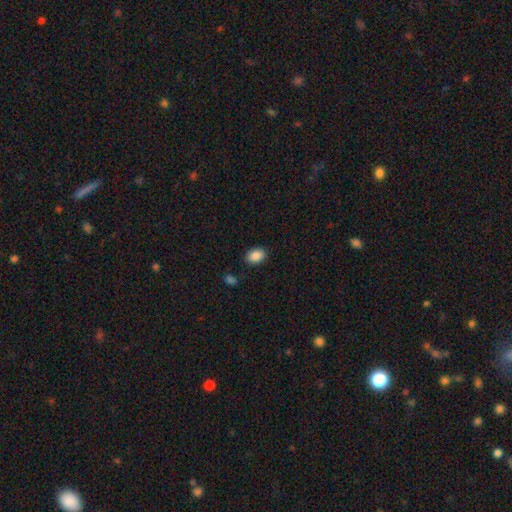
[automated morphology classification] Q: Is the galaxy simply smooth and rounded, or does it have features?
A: smooth — 88%.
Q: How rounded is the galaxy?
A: in between — 77%.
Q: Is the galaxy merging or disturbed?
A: none — 86%.